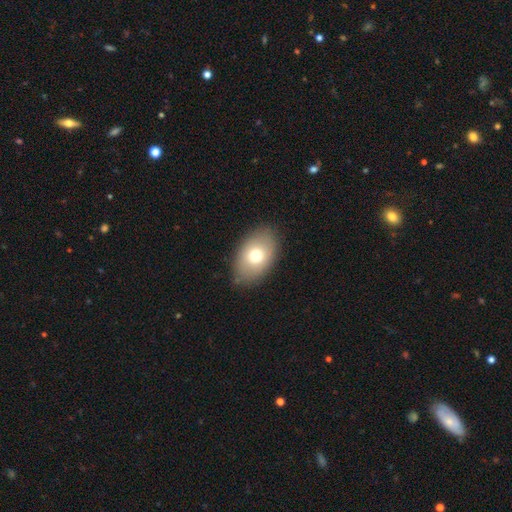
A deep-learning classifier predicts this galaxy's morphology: Q: Smooth or featured?
A: smooth (72%); runner-up: featured or disk (19%)
Q: How rounded?
A: in between (87%); runner-up: round (11%)
Q: Merging?
A: none (83%); runner-up: minor disturbance (12%)